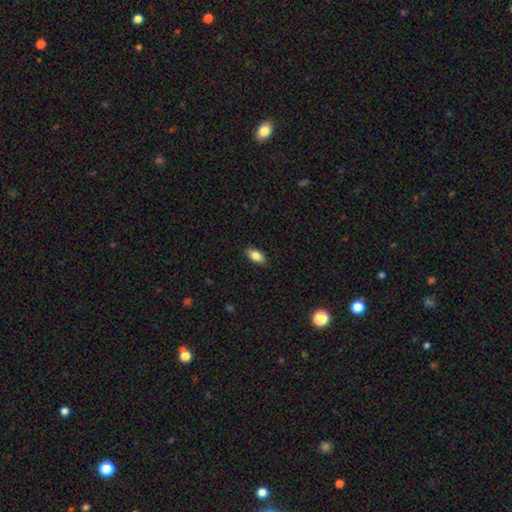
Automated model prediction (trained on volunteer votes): This appears to be a smooth galaxy with no disk features (82%) that is in between round and cigar-shaped (91%). Merging: none (88%).